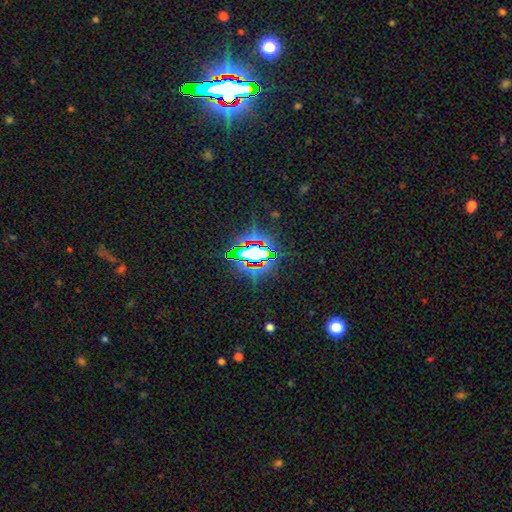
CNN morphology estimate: type=star or artifact (72%).